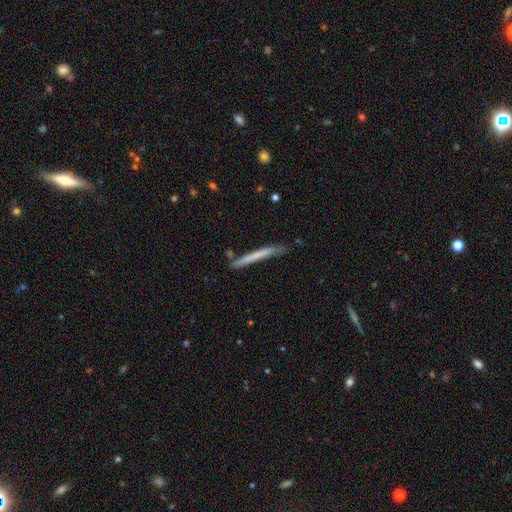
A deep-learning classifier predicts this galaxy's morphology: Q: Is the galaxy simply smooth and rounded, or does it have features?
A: smooth — 60%.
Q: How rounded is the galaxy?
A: cigar-shaped — 97%.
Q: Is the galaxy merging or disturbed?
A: none — 76%.